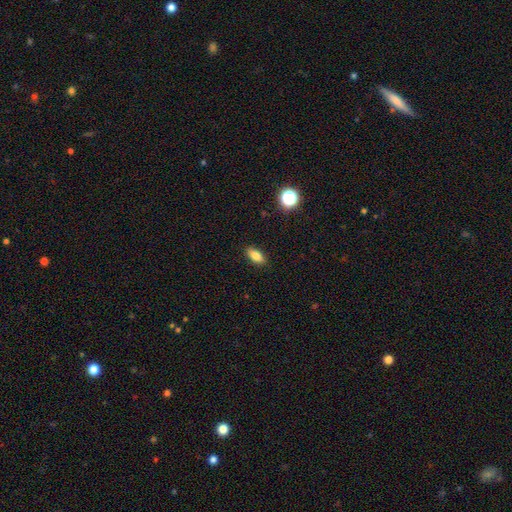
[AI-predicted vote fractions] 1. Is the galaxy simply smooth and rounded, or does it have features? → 82% smooth, 10% star or artifact, 8% featured or disk.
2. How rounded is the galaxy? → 88% in between, 7% cigar-shaped, 5% round.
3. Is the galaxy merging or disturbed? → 89% none, 8% minor disturbance, 2% major disturbance, 1% merger.